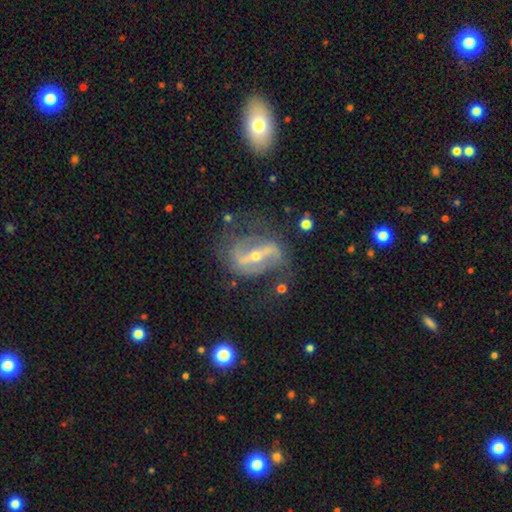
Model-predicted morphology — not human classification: A featured or disk galaxy (86%) with a strong bar (70%), 2 (87%) loose (47%) spiral arms (90%) and a small central bulge (59%). Merging: none (61%).